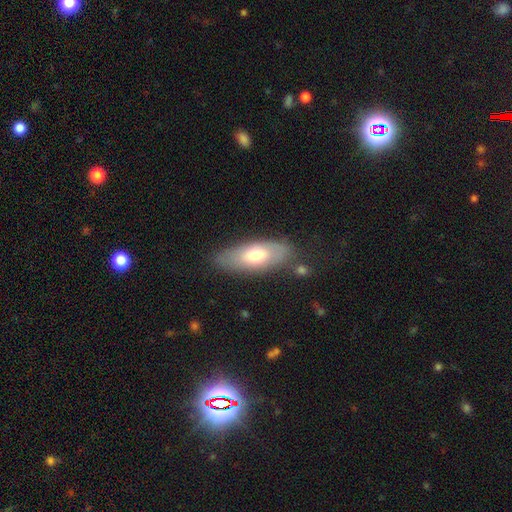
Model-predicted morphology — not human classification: Q: Smooth or featured?
A: smooth (63%); runner-up: featured or disk (31%)
Q: How rounded?
A: in between (77%); runner-up: cigar-shaped (20%)
Q: Merging?
A: none (77%); runner-up: minor disturbance (15%)